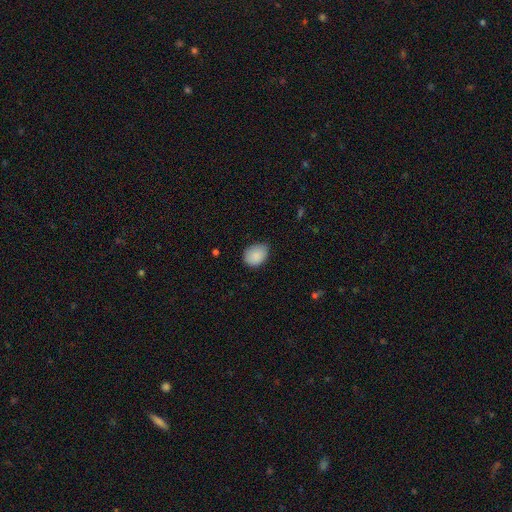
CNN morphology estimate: A smooth galaxy with no disk features (88%) that is in between round and cigar-shaped (61%).

Vote fractions:
- Smooth or featured? smooth: 88% / star or artifact: 7% / featured or disk: 5%
- How rounded? in between: 61% / round: 38% / cigar-shaped: 1%
- Merging? none: 62% / minor disturbance: 32% / major disturbance: 5% / merger: 1%